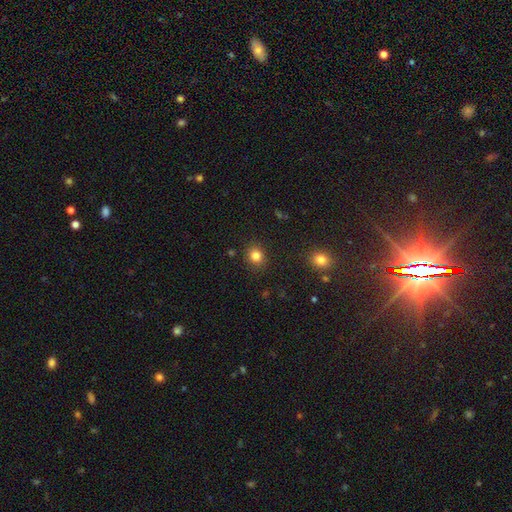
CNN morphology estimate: type=smooth (83%); roundness=round (79%); merging=none (87%).